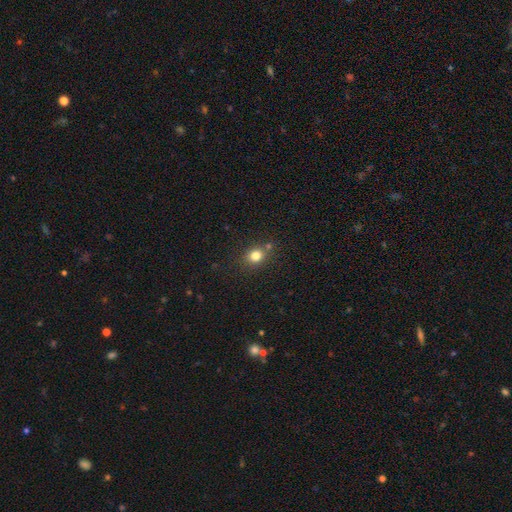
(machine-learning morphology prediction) Overall: smooth (80%). How rounded: round (68%; in between 31%). Merging: none (75%).